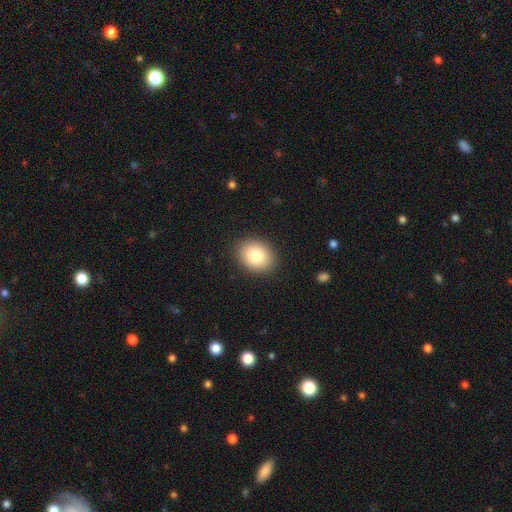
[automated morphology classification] Smooth or featured: smooth — 82% (featured or disk — 9%)
How rounded: in between — 51% (round — 48%)
Merging: none — 90% (minor disturbance — 7%)